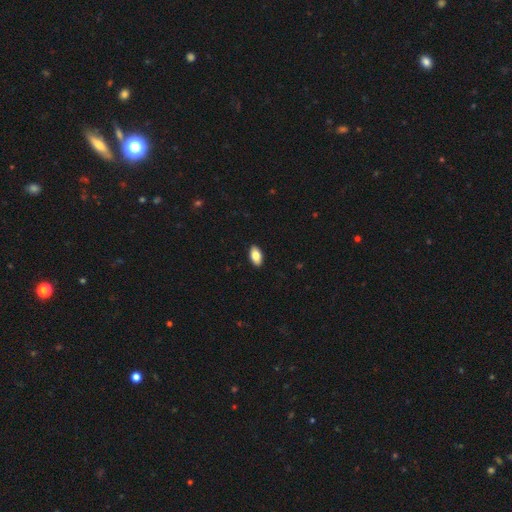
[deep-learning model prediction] smooth 84%, featured or disk 10%, star or artifact 7%. Down the decision tree: how rounded — in between (94%); merging — none (91%).